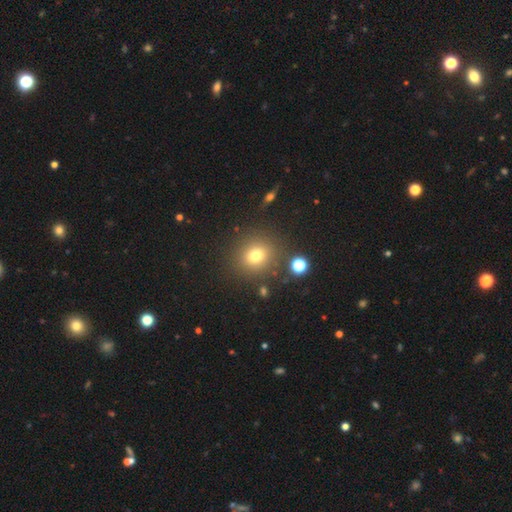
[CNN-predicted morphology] Smooth or featured: smooth — 75% (star or artifact — 16%)
How rounded: round — 83% (in between — 16%)
Merging: none — 84% (minor disturbance — 8%)